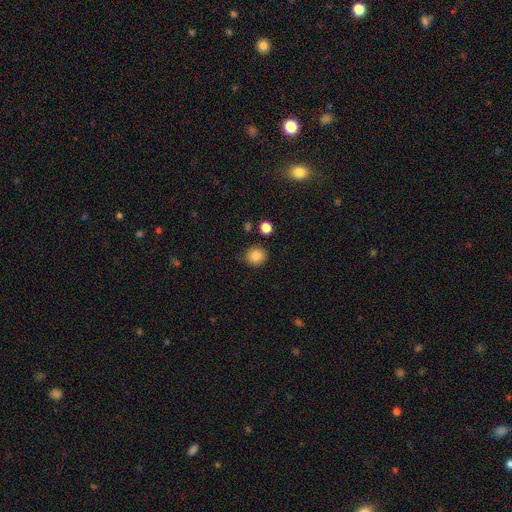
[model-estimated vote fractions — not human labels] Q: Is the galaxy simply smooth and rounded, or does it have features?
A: smooth — 85%.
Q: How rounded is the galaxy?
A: round — 81%.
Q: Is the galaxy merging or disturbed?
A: none — 85%.